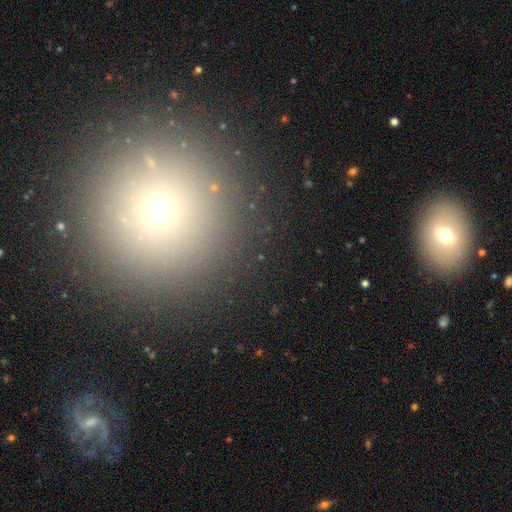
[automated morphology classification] A smooth galaxy with no disk features (63%) that is round (94%).

Vote fractions:
- Smooth or featured? smooth: 63% / star or artifact: 25% / featured or disk: 11%
- How rounded? round: 94% / in between: 5% / cigar-shaped: 1%
- Merging? none: 87% / minor disturbance: 7% / merger: 3% / major disturbance: 3%